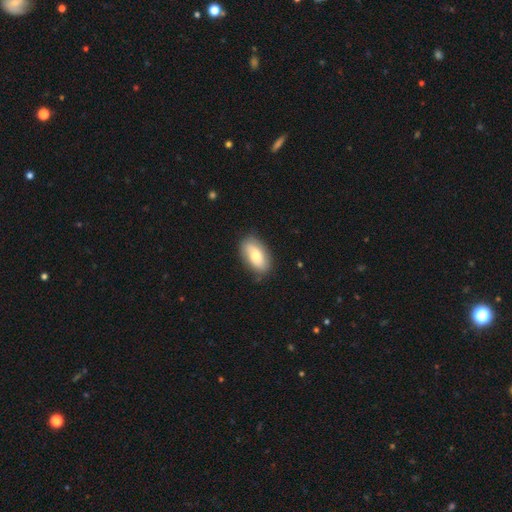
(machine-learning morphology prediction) Smooth or featured? smooth (68%)
How rounded? in between (92%)
Merging? none (81%)